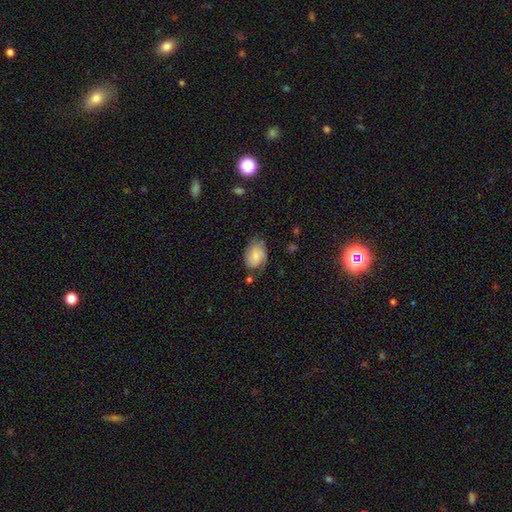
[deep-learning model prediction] Smooth or featured? smooth (46%, tied with featured or disk)
Merging? none (59%)